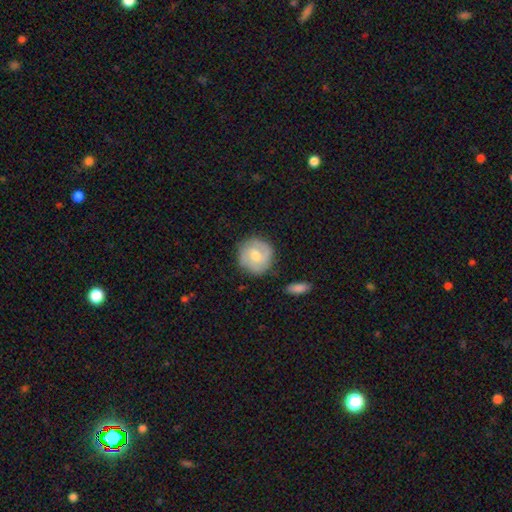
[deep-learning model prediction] Smooth or featured?
  - featured or disk: 56% *
  - smooth: 37%
  - star or artifact: 7%
Edge-on disk?
  - no: 97% *
  - yes: 3%
Bar?
  - no: 55% *
  - weak: 38%
  - strong: 7%
Spiral arms?
  - yes: 81% *
  - no: 19%
Bulge size?
  - moderate: 71% *
  - small: 23%
  - large: 4%
  - none: 1%
  - dominant: 1%
Merging?
  - none: 79% *
  - minor disturbance: 15%
  - major disturbance: 4%
  - merger: 2%